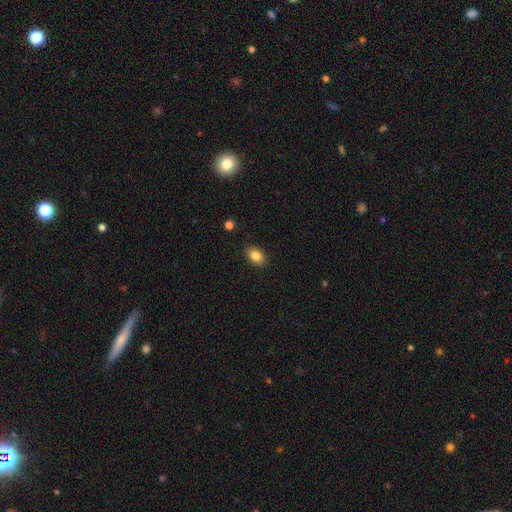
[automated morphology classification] smooth_or_featured: smooth (p=0.84) [alt: star or artifact p=0.09]
how_rounded: in between (p=0.83) [alt: round p=0.16]
merging: none (p=0.89) [alt: minor disturbance p=0.08]